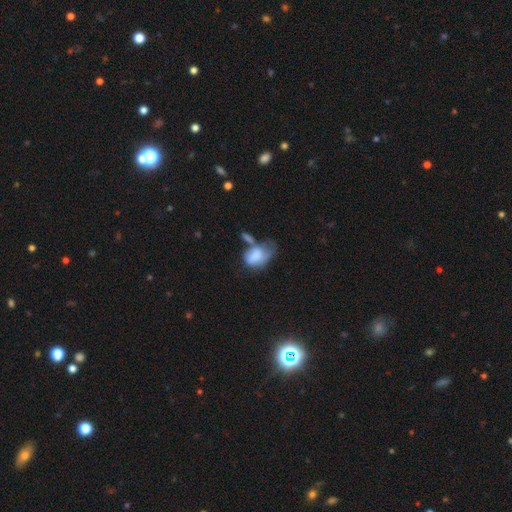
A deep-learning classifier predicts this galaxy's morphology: smooth 68%, featured or disk 24%, star or artifact 9%. Down the decision tree: how rounded — in between (83%); merging — major disturbance (33%).